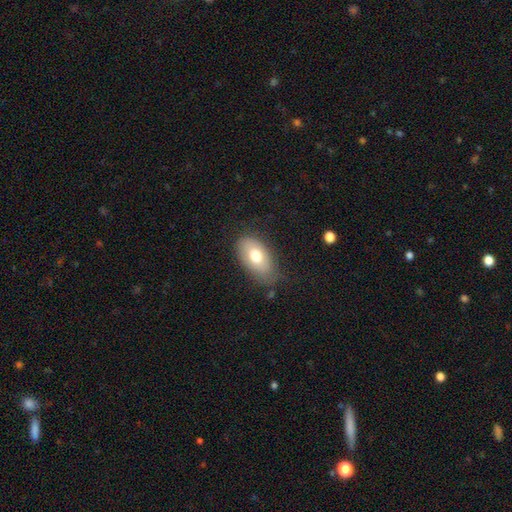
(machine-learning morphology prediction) This appears to be a smooth galaxy with no disk features (71%) that is in between round and cigar-shaped (91%). Merging: none (65%).